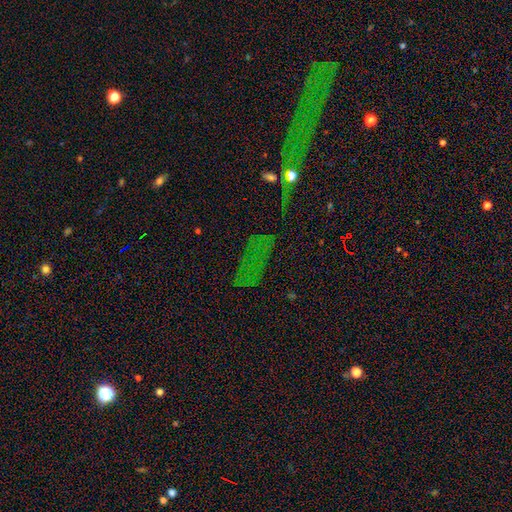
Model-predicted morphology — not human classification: Smooth or featured? Predicted: star or artifact (p=0.71).